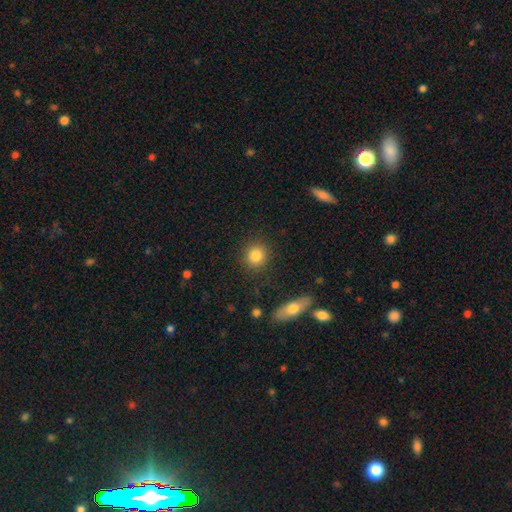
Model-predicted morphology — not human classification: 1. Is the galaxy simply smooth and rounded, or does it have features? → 84% smooth, 9% star or artifact, 7% featured or disk.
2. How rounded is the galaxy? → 87% round, 12% in between, 1% cigar-shaped.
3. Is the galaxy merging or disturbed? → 88% none, 7% minor disturbance, 3% major disturbance, 2% merger.